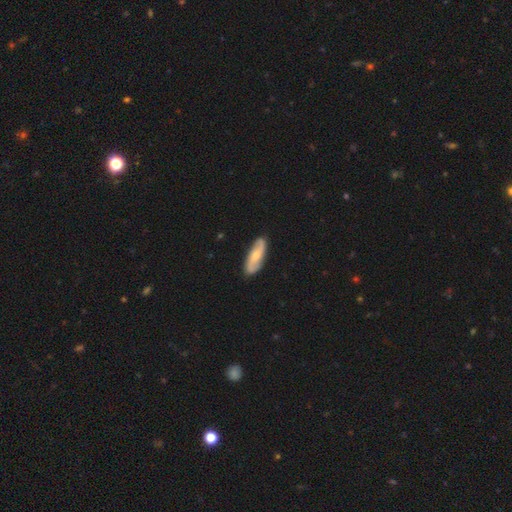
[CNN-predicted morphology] smooth_or_featured: featured or disk (p=0.57) [alt: smooth p=0.38]
disk_edge_on: no (p=0.87) [alt: yes p=0.13]
merging: none (p=0.85) [alt: minor disturbance p=0.11]